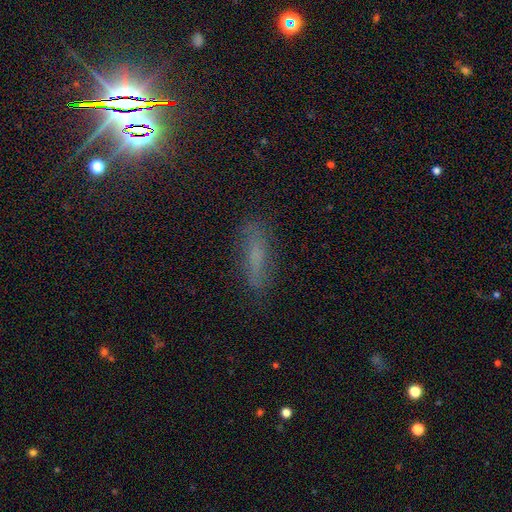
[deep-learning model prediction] A smooth galaxy with no disk features (45%). Merging: none (76%).